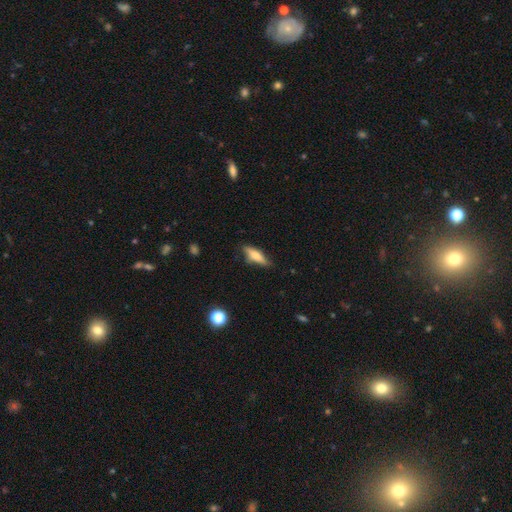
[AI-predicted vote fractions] The model was most divided on "how rounded": cigar-shaped: 56%, in between: 41%, round: 3%. More confident: merging — none (74%); smooth or featured — smooth (58%).